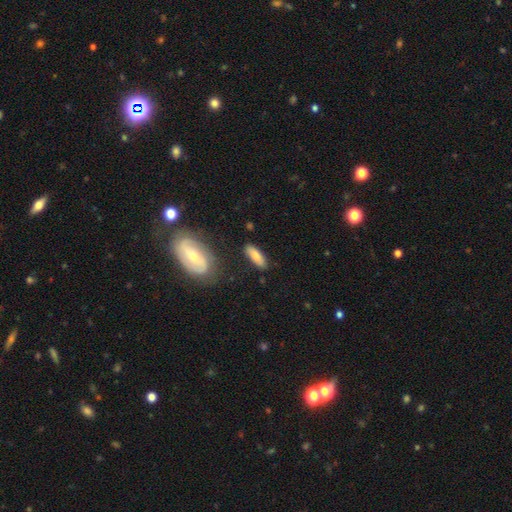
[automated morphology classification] Q: Smooth or featured?
A: smooth (75%); runner-up: featured or disk (18%)
Q: How rounded?
A: in between (58%); runner-up: cigar-shaped (39%)
Q: Merging?
A: none (80%); runner-up: minor disturbance (13%)